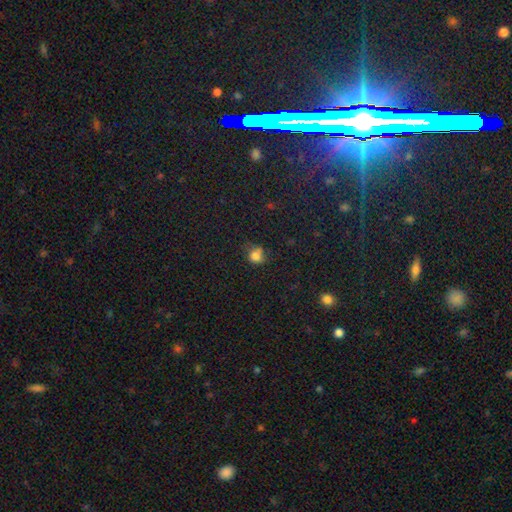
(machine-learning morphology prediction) Smooth or featured? smooth (78%)
How rounded? round (76%)
Merging? none (53%)